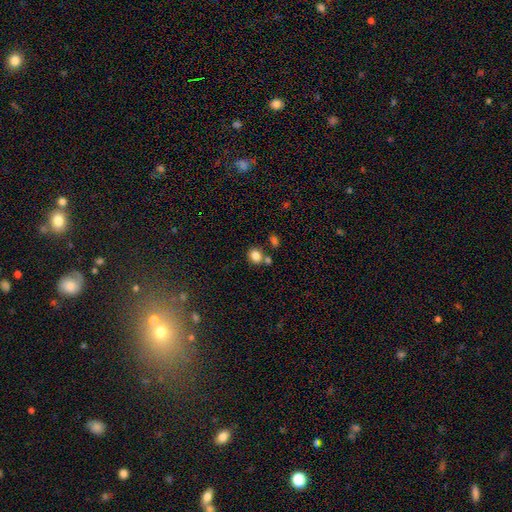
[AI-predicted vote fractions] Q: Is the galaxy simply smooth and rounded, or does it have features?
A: smooth — 84%.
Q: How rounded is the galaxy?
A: round — 68%.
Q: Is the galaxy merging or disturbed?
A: none — 66%.